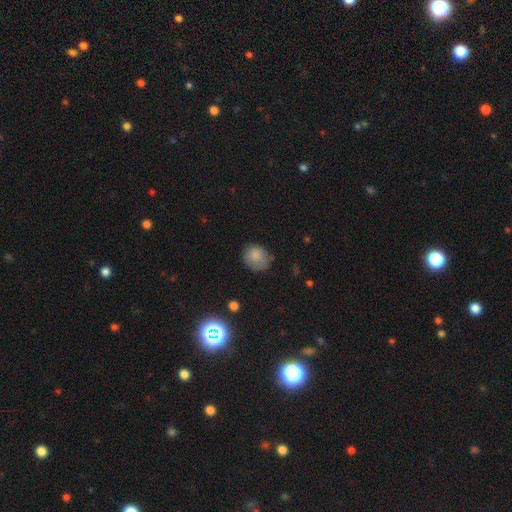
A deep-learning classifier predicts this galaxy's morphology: The model was most divided on "merging": none: 65%, minor disturbance: 26%, major disturbance: 7%, merger: 2%. More confident: smooth or featured — smooth (82%); how rounded — round (73%).